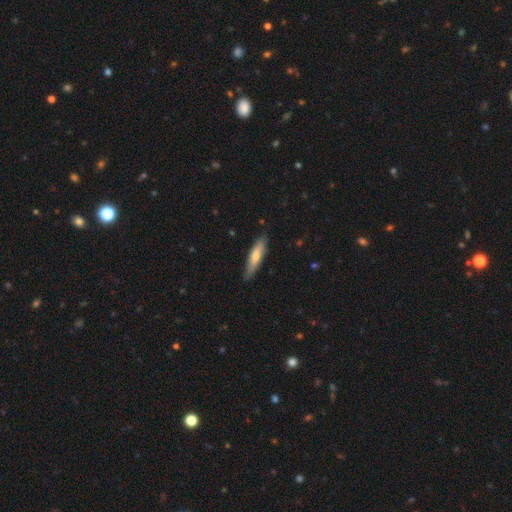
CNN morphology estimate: smooth_or_featured: smooth (p=0.65) [alt: featured or disk p=0.30]
how_rounded: cigar-shaped (p=0.75) [alt: in between p=0.23]
merging: none (p=0.82) [alt: minor disturbance p=0.15]